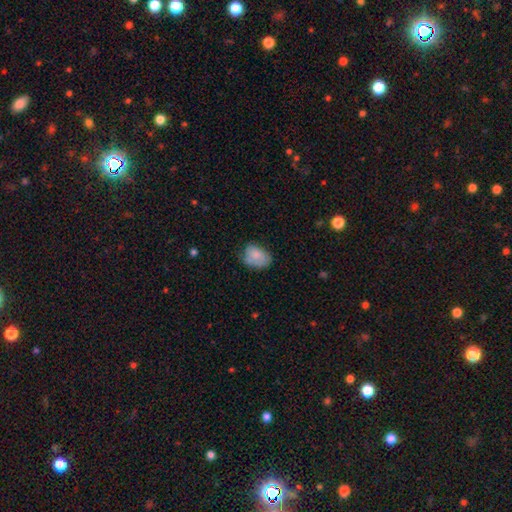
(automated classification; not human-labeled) smooth 79%, featured or disk 13%, star or artifact 7%. Down the decision tree: how rounded — in between (75%); merging — none (57%).